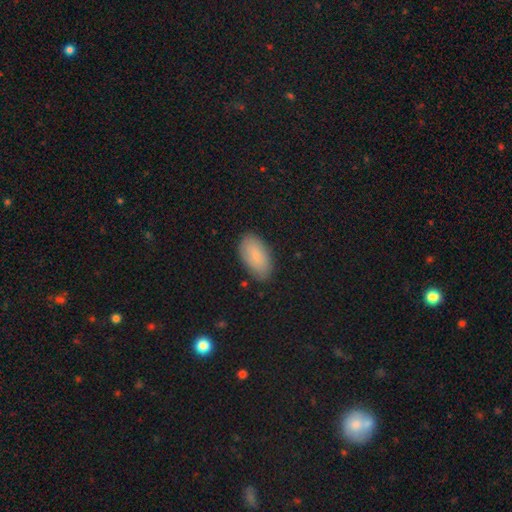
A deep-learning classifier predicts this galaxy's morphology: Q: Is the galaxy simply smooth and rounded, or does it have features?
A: smooth — 85%.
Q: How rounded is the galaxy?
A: in between — 94%.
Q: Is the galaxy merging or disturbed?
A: none — 83%.